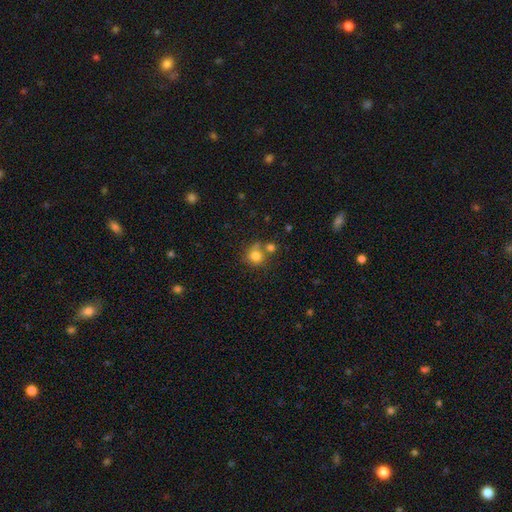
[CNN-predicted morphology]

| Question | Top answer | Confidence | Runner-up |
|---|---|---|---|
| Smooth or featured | smooth | 79% | star or artifact (12%) |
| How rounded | round | 86% | in between (13%) |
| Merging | none | 56% | merger (26%) |